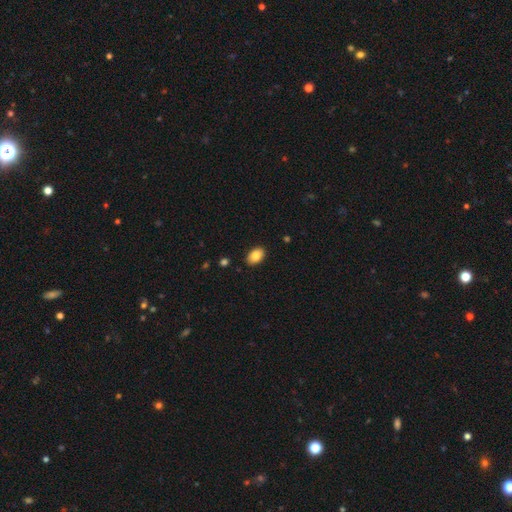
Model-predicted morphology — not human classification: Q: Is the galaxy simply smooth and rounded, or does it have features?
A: smooth — 87%.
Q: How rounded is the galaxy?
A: in between — 90%.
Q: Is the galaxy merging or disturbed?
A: none — 87%.